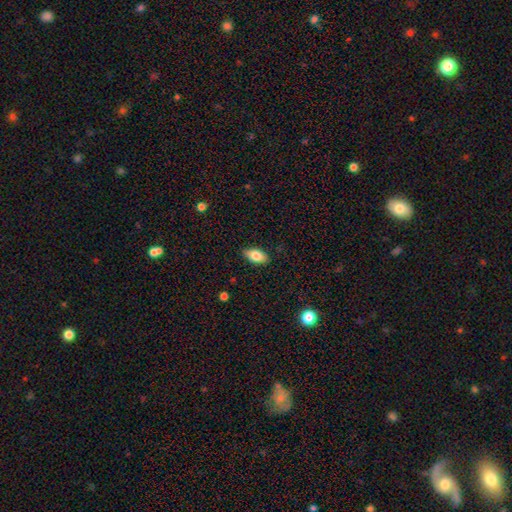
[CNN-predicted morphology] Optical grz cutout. It shows a smooth galaxy with no disk features (80%) that is in between round and cigar-shaped (91%). Merging: none (87%).